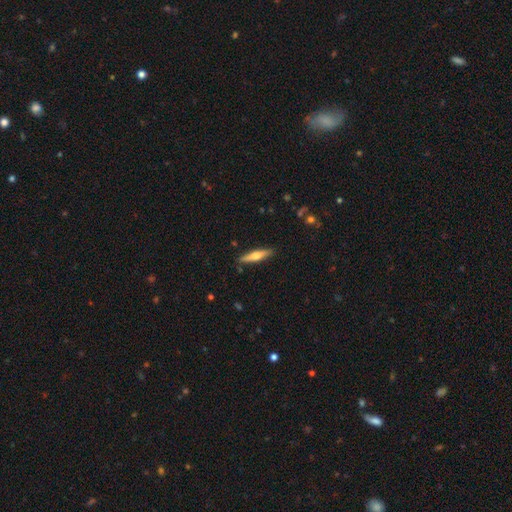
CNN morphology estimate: type=smooth (49%); merging=none (88%).